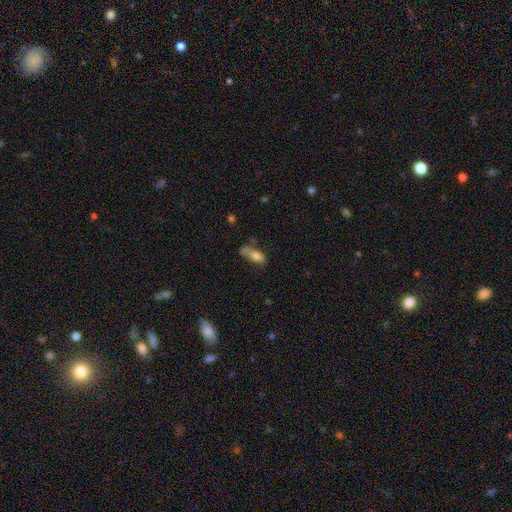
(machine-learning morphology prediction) smooth-or-featured: smooth: 73% | featured or disk: 18% | star or artifact: 9%
  how-rounded: in between: 76% | cigar-shaped: 20% | round: 4%
  merging: none: 43% | minor disturbance: 27% | merger: 17% | major disturbance: 14%